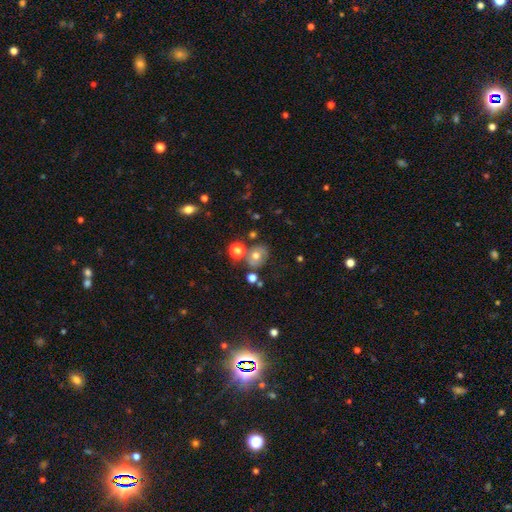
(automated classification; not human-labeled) A smooth galaxy with no disk features (58%) that is round (68%). Merging: none (68%).